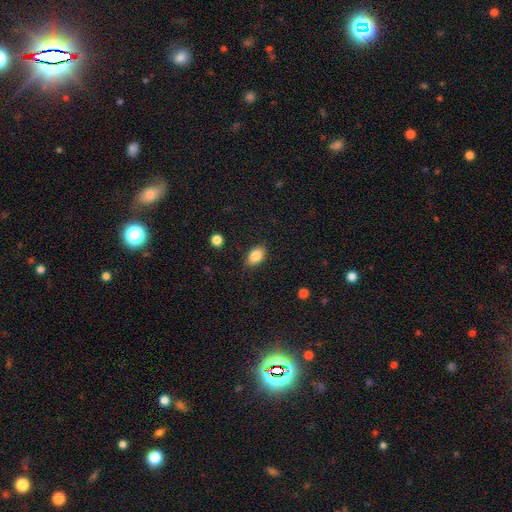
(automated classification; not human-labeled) smooth_or_featured: smooth (p=0.84) [alt: star or artifact p=0.08]
how_rounded: in between (p=0.87) [alt: round p=0.11]
merging: none (p=0.86) [alt: minor disturbance p=0.10]